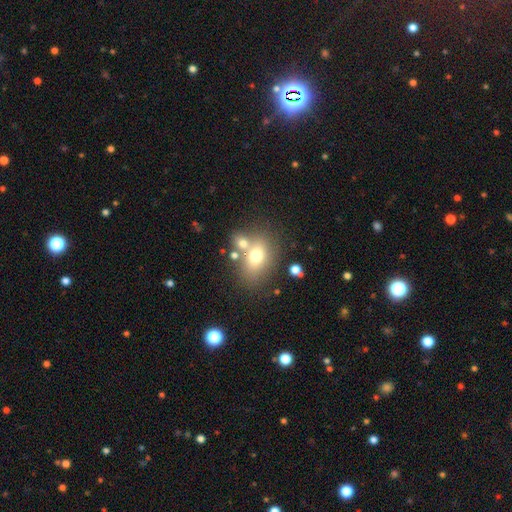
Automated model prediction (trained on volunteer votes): smooth_or_featured: smooth (p=0.68) [alt: featured or disk p=0.20]
how_rounded: in between (p=0.67) [alt: round p=0.31]
merging: none (p=0.54) [alt: merger p=0.27]